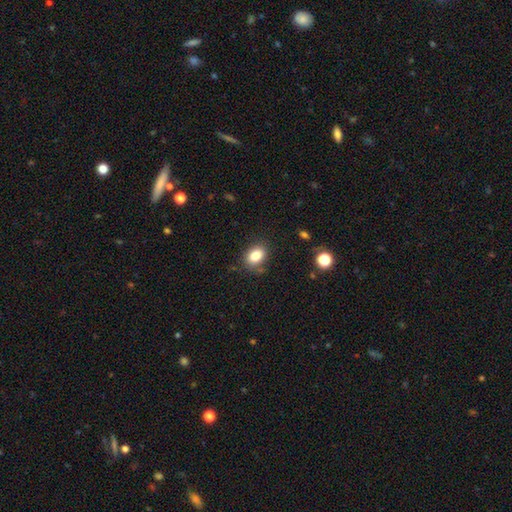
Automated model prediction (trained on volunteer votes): This appears to be a smooth galaxy with no disk features (83%) that is in between round and cigar-shaped (73%). Merging: none (82%).